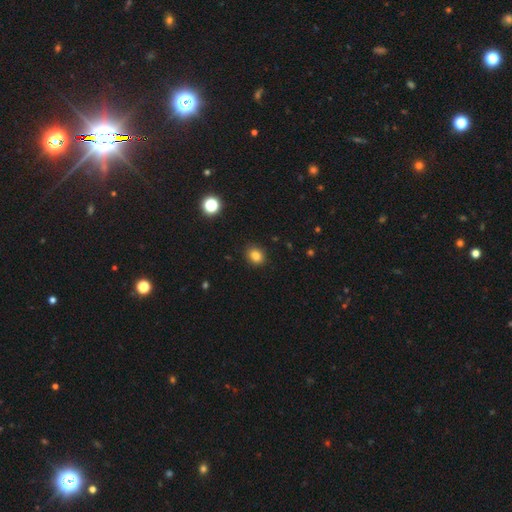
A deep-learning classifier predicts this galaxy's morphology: The model was most divided on "how rounded": round: 64%, in between: 35%, cigar-shaped: 1%. More confident: merging — none (89%); smooth or featured — smooth (83%).